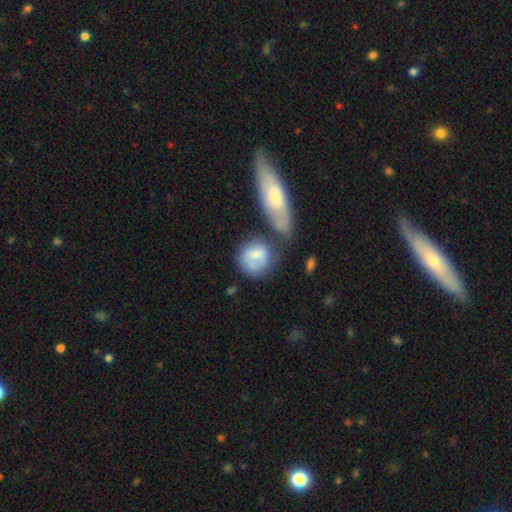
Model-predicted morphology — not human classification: The model was most divided on "merging": none: 41%, merger: 26%, minor disturbance: 20%, major disturbance: 13%. More confident: how rounded — round (70%); smooth or featured — smooth (69%).